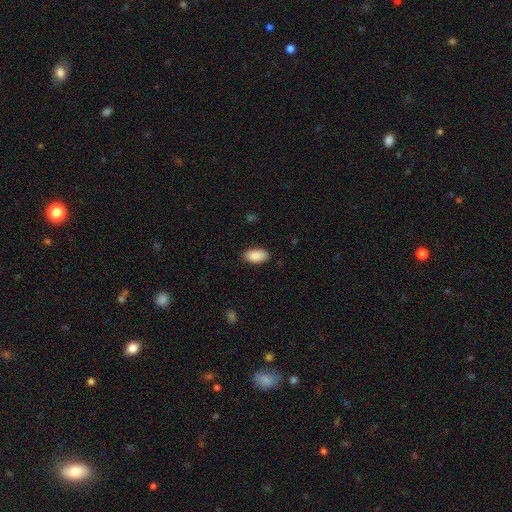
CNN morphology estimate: Smooth or featured? smooth (90%)
How rounded? in between (95%)
Merging? none (87%)